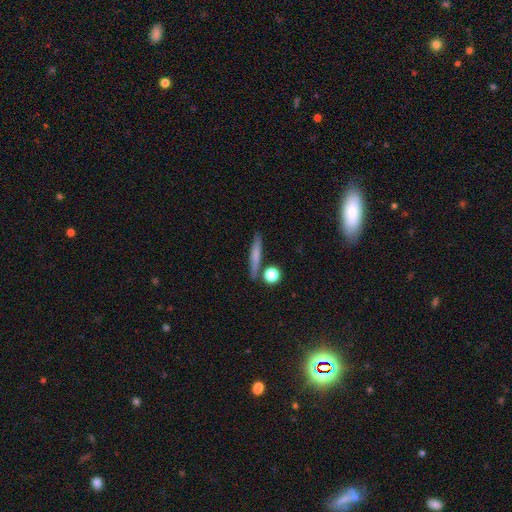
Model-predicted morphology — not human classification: A smooth galaxy with no disk features (65%) that is cigar-shaped (83%). Merging: none (80%).